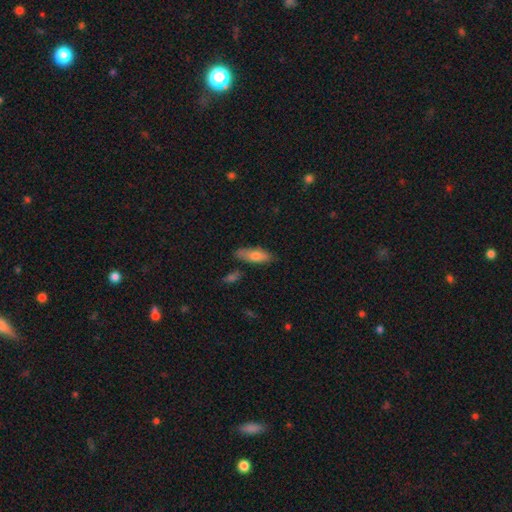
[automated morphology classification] smooth_or_featured: smooth (p=0.74) [alt: featured or disk p=0.19]
how_rounded: in between (p=0.61) [alt: cigar-shaped p=0.37]
merging: none (p=0.77) [alt: minor disturbance p=0.16]